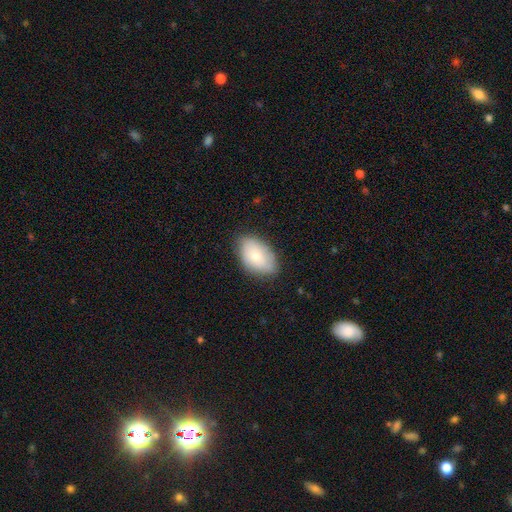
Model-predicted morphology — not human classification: Smooth or featured? Predicted: smooth (p=0.74). How rounded? Predicted: in between (p=0.92). Merging? Predicted: none (p=0.78).